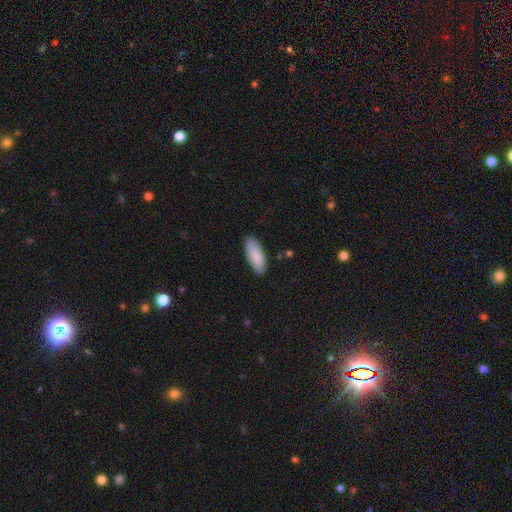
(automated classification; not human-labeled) Smooth or featured?
  - smooth: 88% *
  - featured or disk: 7%
  - star or artifact: 5%
How rounded?
  - in between: 76% *
  - cigar-shaped: 22%
  - round: 2%
Merging?
  - none: 86% *
  - minor disturbance: 11%
  - major disturbance: 2%
  - merger: 1%